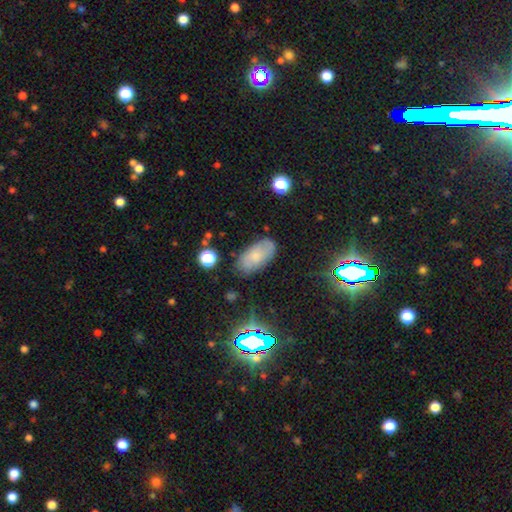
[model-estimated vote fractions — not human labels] A smooth galaxy with no disk features (61%) that is in between round and cigar-shaped (93%). Merging: none (77%).